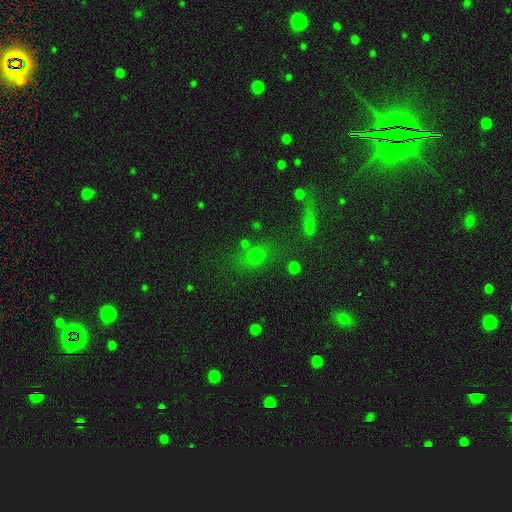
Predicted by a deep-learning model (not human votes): smooth_or_featured: smooth (p=0.62) [alt: star or artifact p=0.26]
how_rounded: round (p=0.65) [alt: in between p=0.29]
merging: none (p=0.66) [alt: merger p=0.14]